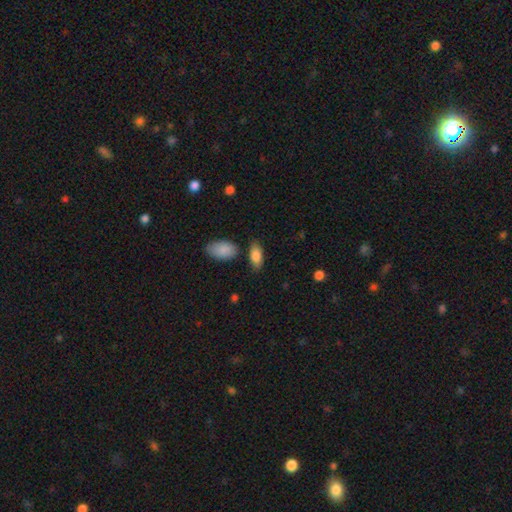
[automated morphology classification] type=smooth (84%); roundness=in between (88%); merging=none (78%).